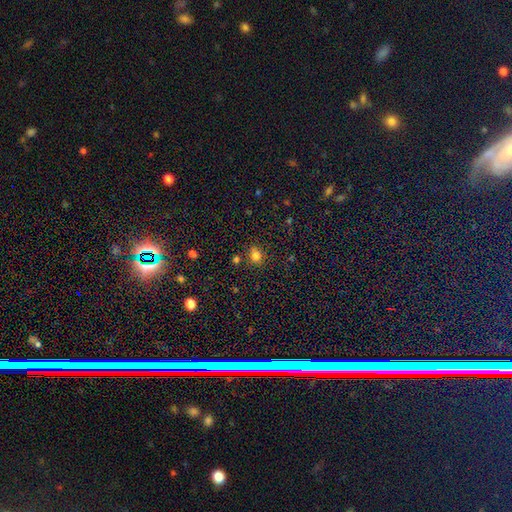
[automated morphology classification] Overall: smooth (78%). How rounded: round (71%). Merging: none (76%).